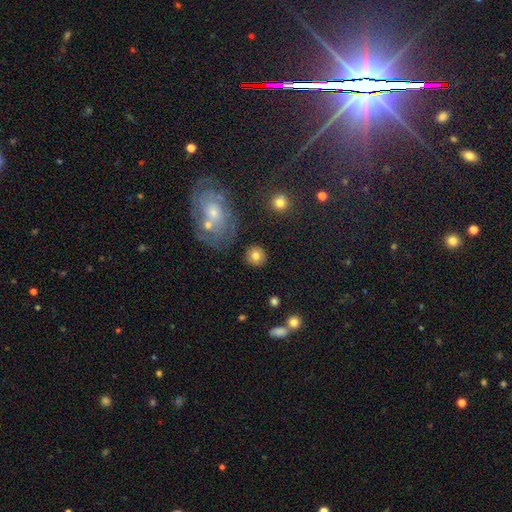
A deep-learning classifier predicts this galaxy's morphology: This appears to be a smooth galaxy with no disk features (79%) that is round (90%). Merging: none (86%).